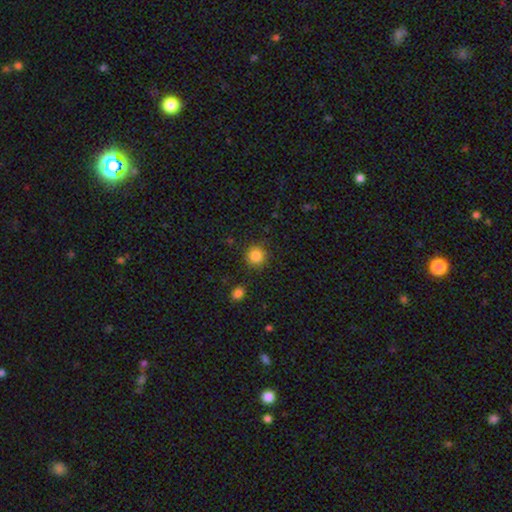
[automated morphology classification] smooth-or-featured: smooth: 84% | star or artifact: 11% | featured or disk: 5%
  how-rounded: round: 93% | in between: 6% | cigar-shaped: 1%
  merging: none: 88% | minor disturbance: 8% | major disturbance: 2% | merger: 2%